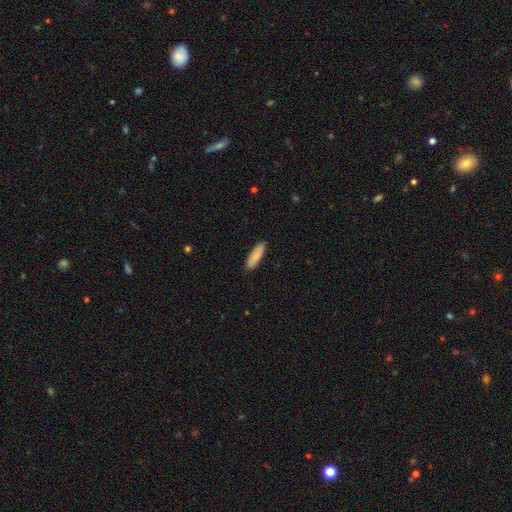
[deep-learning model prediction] Morphology: type=smooth (87%); roundness=cigar-shaped (56%); merging=none (90%).